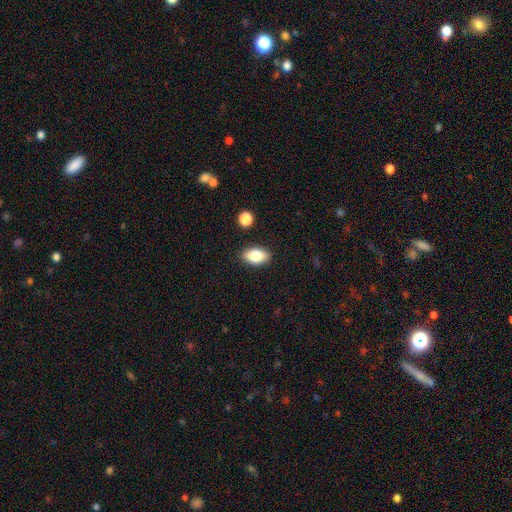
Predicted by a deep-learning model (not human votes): A smooth galaxy with no disk features (82%) that is in between round and cigar-shaped (90%). Merging: none (87%).